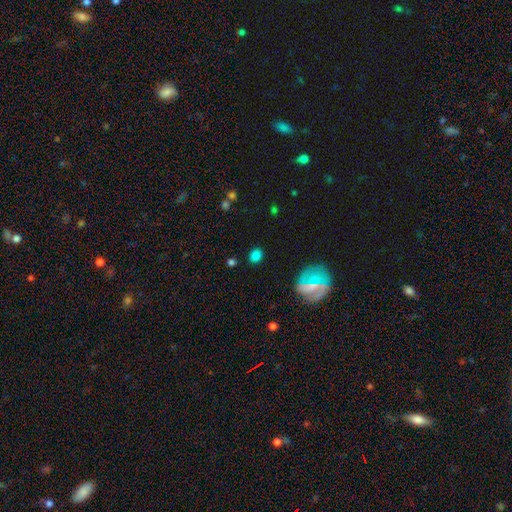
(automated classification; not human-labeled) The model was most divided on "how rounded": round: 60%, in between: 38%, cigar-shaped: 2%. More confident: merging — none (84%); smooth or featured — smooth (76%).